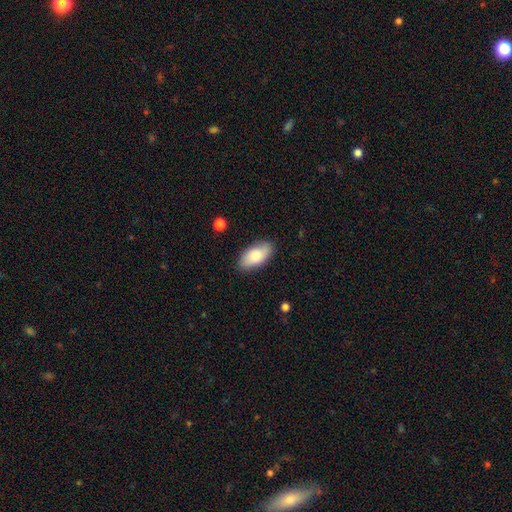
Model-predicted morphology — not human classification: smooth 82%, featured or disk 12%, star or artifact 6%. Down the decision tree: how rounded — in between (92%); merging — none (84%).